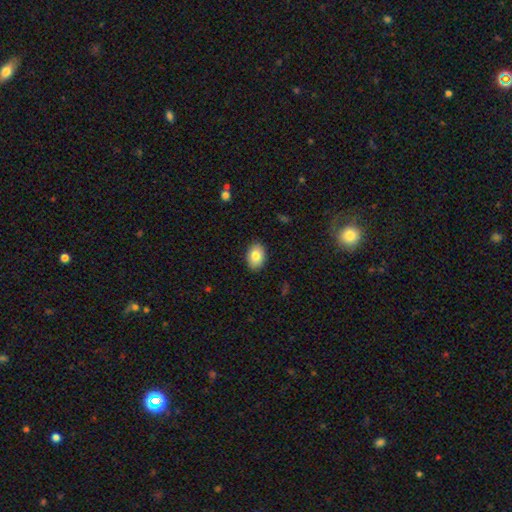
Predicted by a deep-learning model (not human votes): Overall: smooth (83%). How rounded: in between (84%). Merging: none (89%).